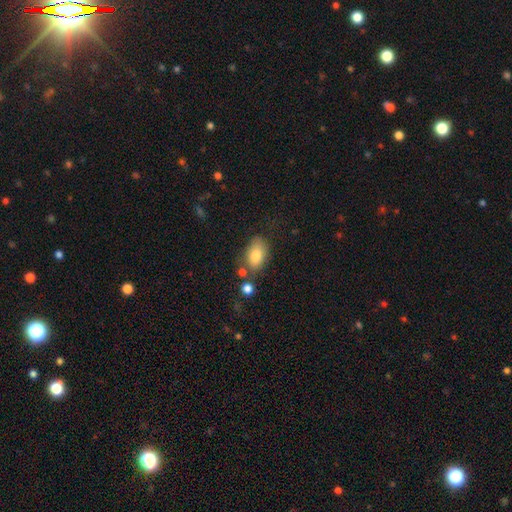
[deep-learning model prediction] This is clearly a smooth galaxy (82%). How rounded: clearly in between (90%). Merging: likely none (65%).